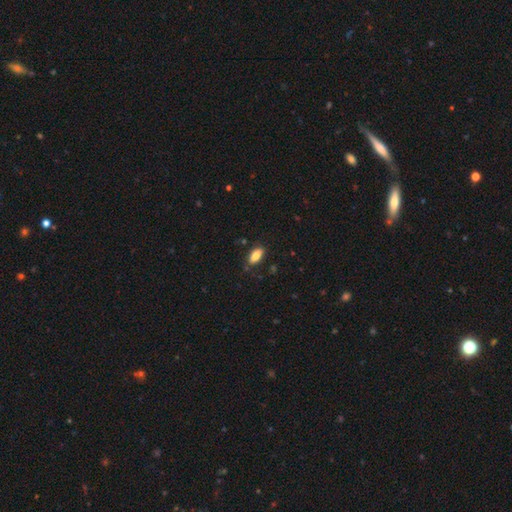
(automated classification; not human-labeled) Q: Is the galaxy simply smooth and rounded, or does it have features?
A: smooth — 80%.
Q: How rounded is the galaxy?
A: in between — 86%.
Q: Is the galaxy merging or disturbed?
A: none — 81%.